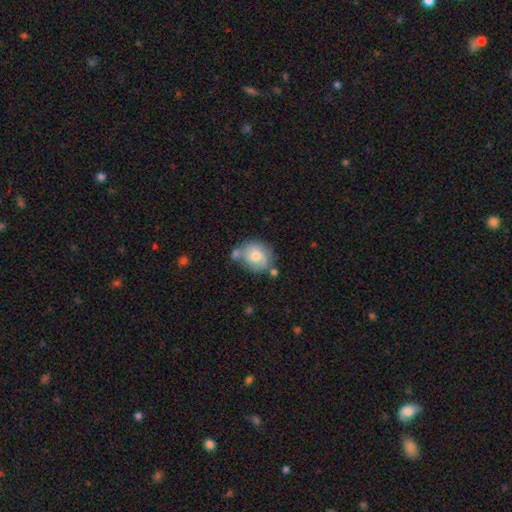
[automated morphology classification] smooth 62%, featured or disk 30%, star or artifact 8%. Down the decision tree: how rounded — round (70%); merging — none (53%).